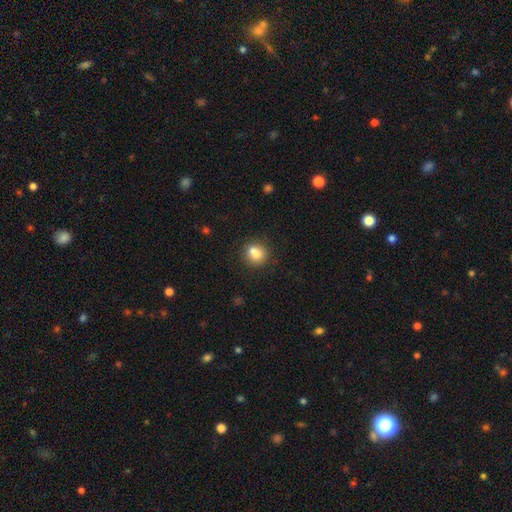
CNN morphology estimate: Smooth or featured?
  - smooth: 79% *
  - featured or disk: 12%
  - star or artifact: 10%
How rounded?
  - round: 69% *
  - in between: 30%
  - cigar-shaped: 1%
Merging?
  - none: 63% *
  - merger: 20%
  - minor disturbance: 13%
  - major disturbance: 4%